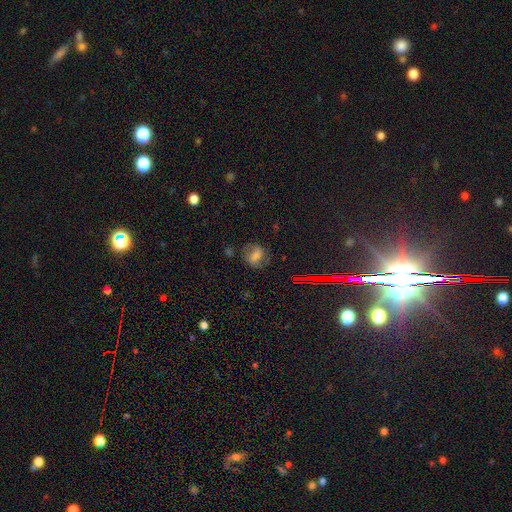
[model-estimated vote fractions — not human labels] The model was most divided on "how rounded": in between: 50%, round: 47%, cigar-shaped: 3%. More confident: merging — none (70%); smooth or featured — smooth (50%).